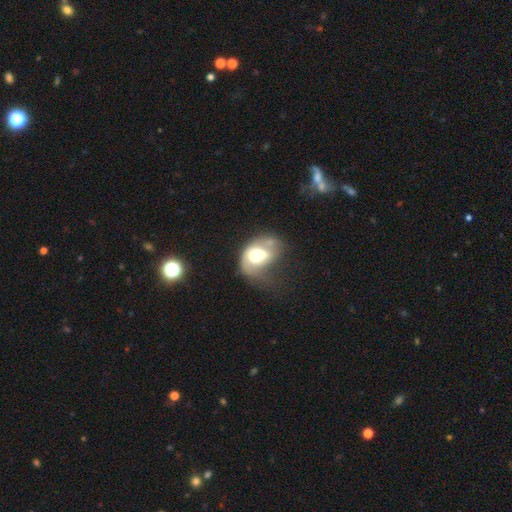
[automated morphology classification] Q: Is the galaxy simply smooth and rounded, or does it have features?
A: smooth — 49%.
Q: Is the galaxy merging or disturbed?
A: major disturbance — 40%.